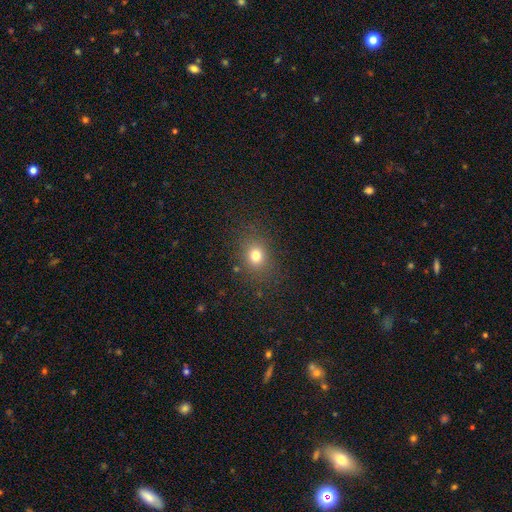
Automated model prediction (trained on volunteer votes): This is likely a smooth galaxy (76%). How rounded: likely round (60%). Merging: clearly none (83%).